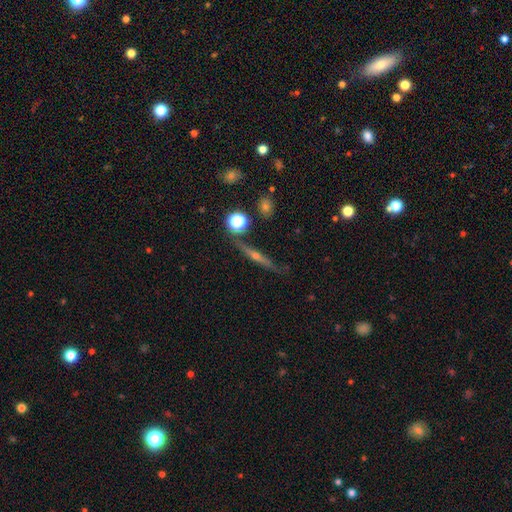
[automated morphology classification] The model was most divided on "smooth or featured": featured or disk: 72%, smooth: 18%, star or artifact: 10%. More confident: edge-on disk — yes (96%); edge-on bulge — rounded (87%); merging — none (83%).